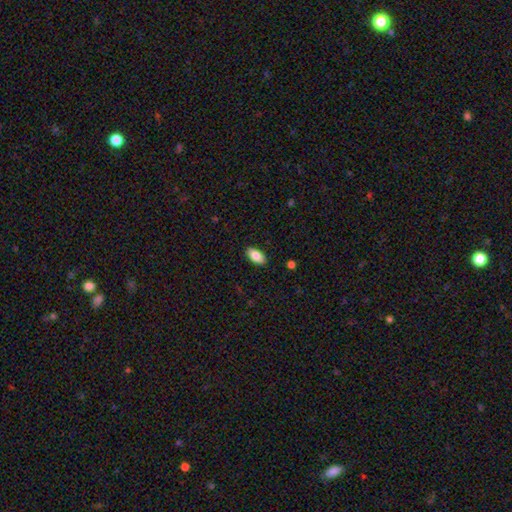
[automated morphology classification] Smooth or featured? smooth (84%)
How rounded? in between (93%)
Merging? none (89%)